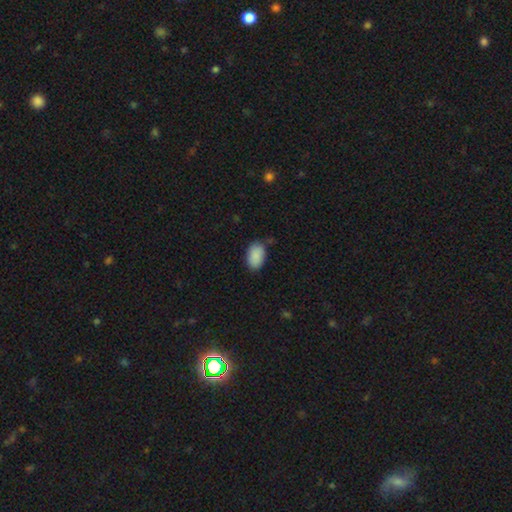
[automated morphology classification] Smooth or featured: smooth — 89% (star or artifact — 7%)
How rounded: in between — 92% (round — 7%)
Merging: none — 77% (minor disturbance — 18%)